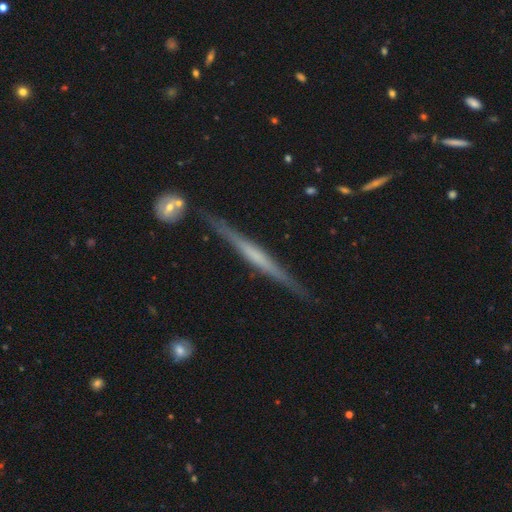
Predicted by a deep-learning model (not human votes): This appears to be a featured or disk galaxy (72%) viewed edge-on (97%) with no central bulge (56%). Merging: none (86%).